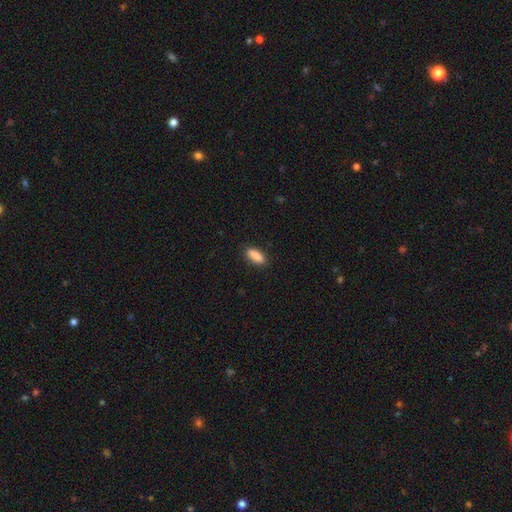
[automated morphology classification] Smooth or featured: smooth — 89% (star or artifact — 7%)
How rounded: in between — 75% (cigar-shaped — 22%)
Merging: none — 87% (minor disturbance — 10%)